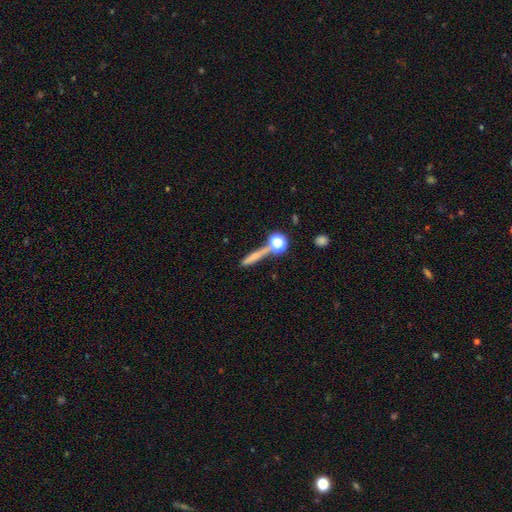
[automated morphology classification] type=smooth (61%); roundness=cigar-shaped (72%); merging=none (64%).